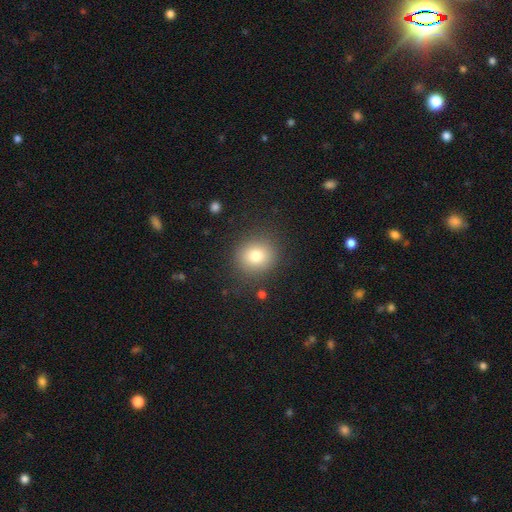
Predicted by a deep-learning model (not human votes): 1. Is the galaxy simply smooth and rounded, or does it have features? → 78% smooth, 12% star or artifact, 10% featured or disk.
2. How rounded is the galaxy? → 84% round, 15% in between, 1% cigar-shaped.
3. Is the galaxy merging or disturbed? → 86% none, 8% minor disturbance, 4% major disturbance, 2% merger.